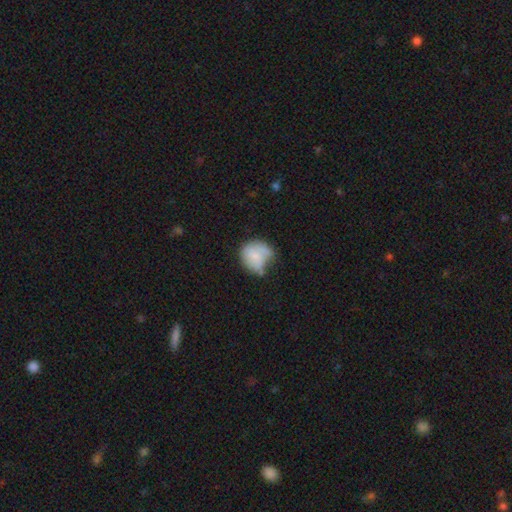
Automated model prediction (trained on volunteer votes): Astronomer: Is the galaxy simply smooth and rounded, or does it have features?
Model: smooth — 66%.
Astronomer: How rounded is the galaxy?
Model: round — 75%.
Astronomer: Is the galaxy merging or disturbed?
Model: none — 37% (runner-up: minor disturbance, 35%).